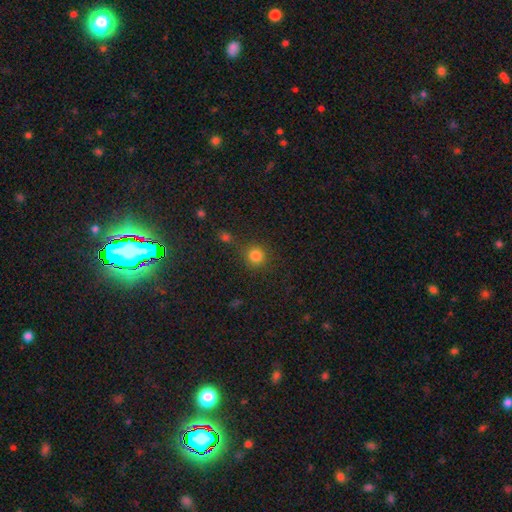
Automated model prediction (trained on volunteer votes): Morphology: type=smooth (81%); roundness=round (92%); merging=none (78%).